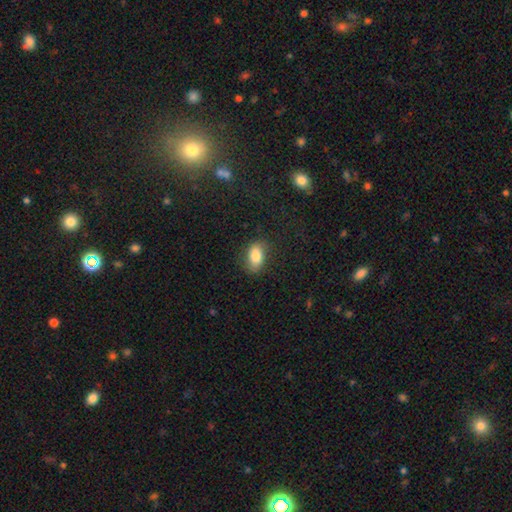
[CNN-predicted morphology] Q: Smooth or featured?
A: smooth (82%); runner-up: featured or disk (9%)
Q: How rounded?
A: in between (88%); runner-up: round (10%)
Q: Merging?
A: none (79%); runner-up: minor disturbance (15%)